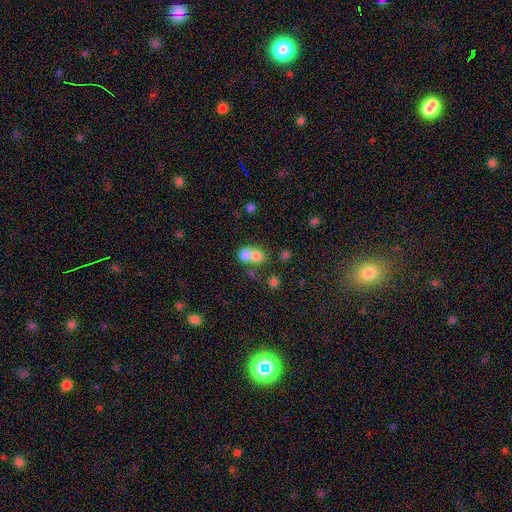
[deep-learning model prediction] smooth 72%, featured or disk 17%, star or artifact 11%. Down the decision tree: how rounded — round (68%); merging — merger (68%).